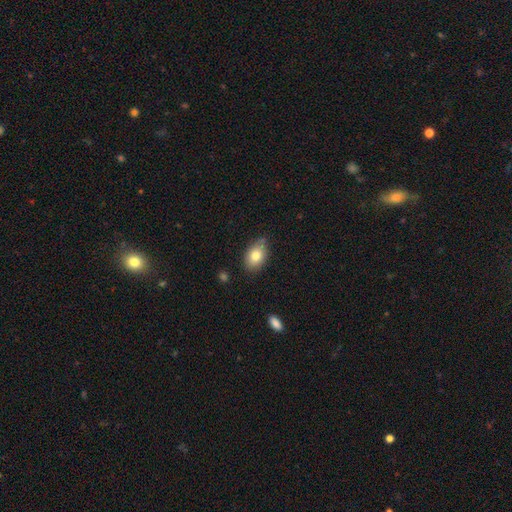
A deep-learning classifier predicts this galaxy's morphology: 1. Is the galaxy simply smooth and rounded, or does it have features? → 80% smooth, 12% featured or disk, 8% star or artifact.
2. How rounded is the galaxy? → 86% in between, 13% round, 1% cigar-shaped.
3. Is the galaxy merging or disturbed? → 75% none, 20% minor disturbance, 3% major disturbance, 2% merger.